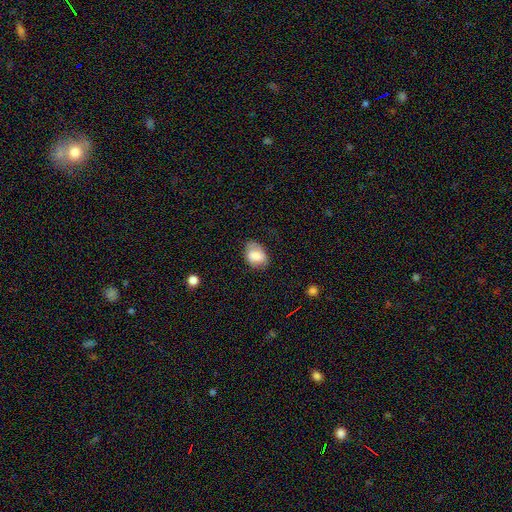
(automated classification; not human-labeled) The model was most divided on "merging": none: 64%, minor disturbance: 27%, major disturbance: 8%, merger: 2%. More confident: smooth or featured — smooth (78%); how rounded — in between (78%).